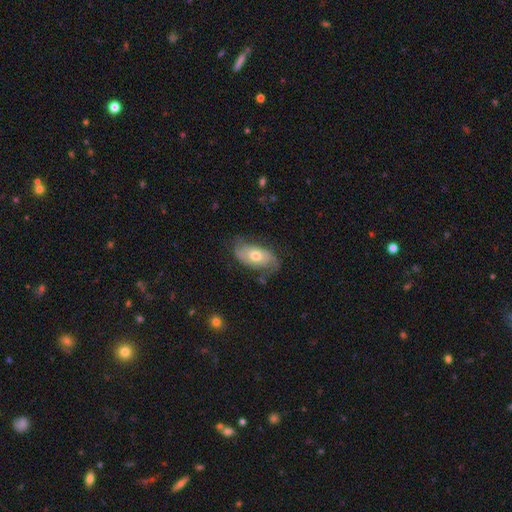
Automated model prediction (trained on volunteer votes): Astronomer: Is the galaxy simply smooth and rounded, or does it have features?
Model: featured or disk — 56% (runner-up: smooth, 37%).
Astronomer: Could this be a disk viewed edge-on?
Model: no — 91%.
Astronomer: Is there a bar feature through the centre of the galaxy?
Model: no — 77%.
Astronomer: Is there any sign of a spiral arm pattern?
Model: yes — 72%.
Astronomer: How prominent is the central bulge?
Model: moderate — 72%.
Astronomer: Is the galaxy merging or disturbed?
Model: none — 60%.